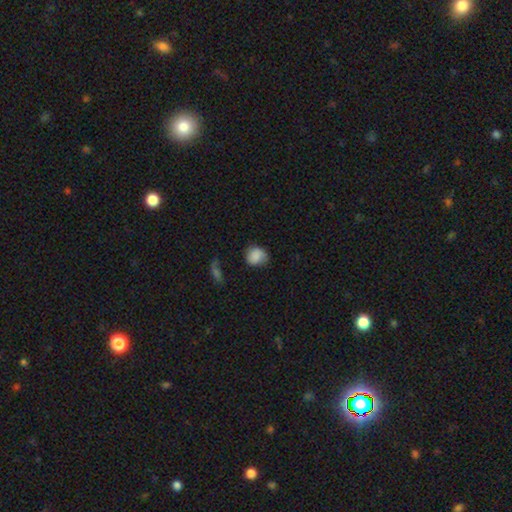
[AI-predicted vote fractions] smooth-or-featured: smooth: 79% | featured or disk: 12% | star or artifact: 8%
  how-rounded: round: 75% | in between: 24% | cigar-shaped: 1%
  merging: none: 63% | minor disturbance: 27% | major disturbance: 8% | merger: 2%